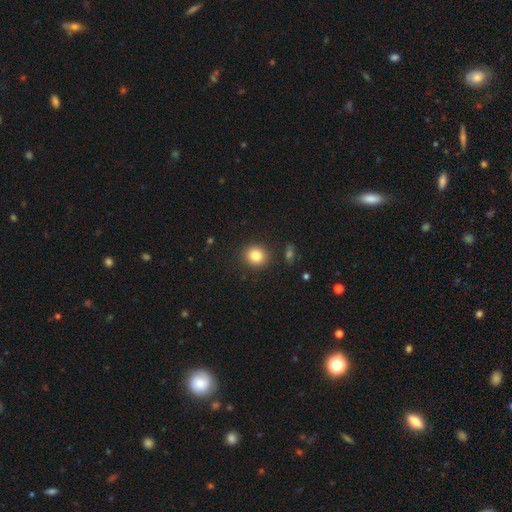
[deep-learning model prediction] smooth-or-featured: smooth: 83% | star or artifact: 11% | featured or disk: 7%
  how-rounded: round: 82% | in between: 17% | cigar-shaped: 1%
  merging: none: 89% | minor disturbance: 7% | major disturbance: 2% | merger: 2%